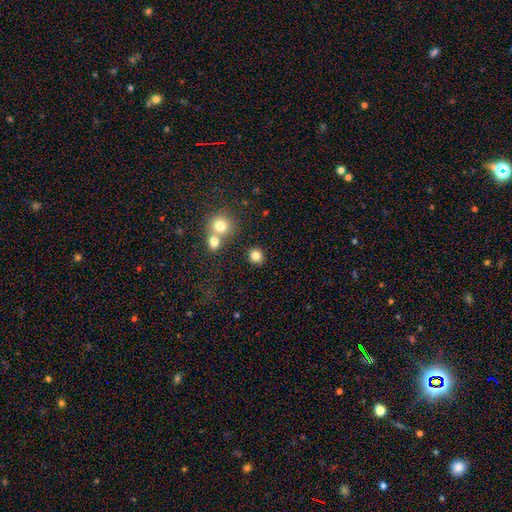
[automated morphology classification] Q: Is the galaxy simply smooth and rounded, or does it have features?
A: smooth — 82%.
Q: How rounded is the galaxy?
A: round — 89%.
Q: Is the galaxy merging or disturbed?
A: none — 82%.